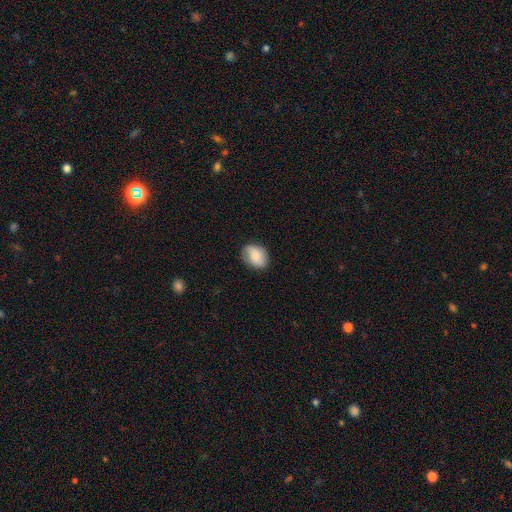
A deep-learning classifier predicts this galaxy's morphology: Smooth or featured?
  - smooth: 73% *
  - featured or disk: 20%
  - star or artifact: 8%
How rounded?
  - in between: 63% *
  - round: 36%
  - cigar-shaped: 1%
Merging?
  - none: 78% *
  - minor disturbance: 17%
  - major disturbance: 4%
  - merger: 1%